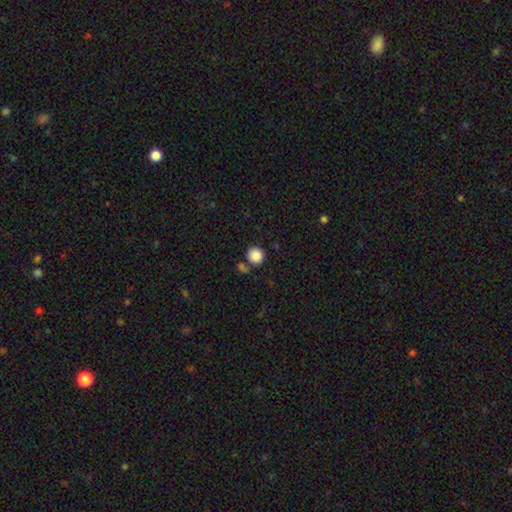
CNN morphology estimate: Smooth or featured: smooth — 87% (star or artifact — 9%)
How rounded: round — 91% (in between — 8%)
Merging: none — 74% (merger — 13%)